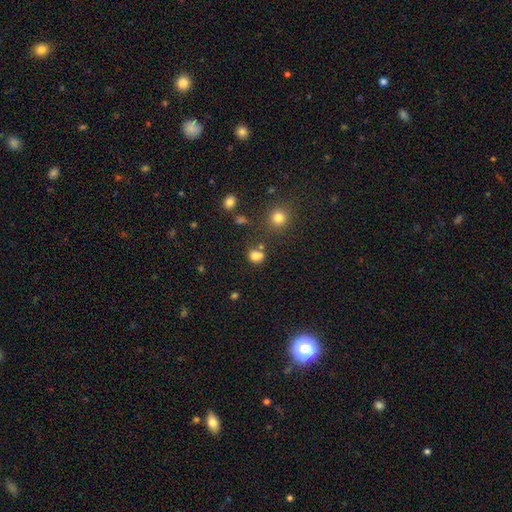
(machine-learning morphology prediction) The model was most divided on "how rounded": round: 63%, in between: 36%, cigar-shaped: 1%. More confident: smooth or featured — smooth (78%); merging — none (57%).